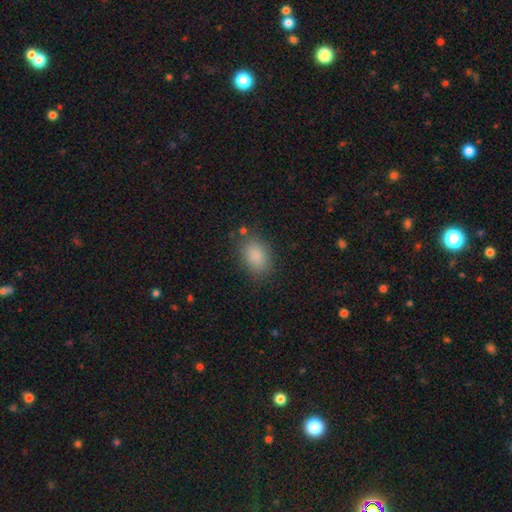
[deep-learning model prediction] Q: Smooth or featured?
A: smooth (87%); runner-up: star or artifact (8%)
Q: How rounded?
A: in between (80%); runner-up: round (19%)
Q: Merging?
A: none (80%); runner-up: minor disturbance (13%)